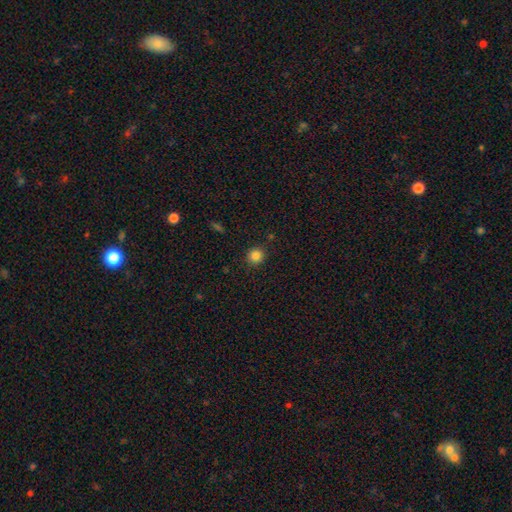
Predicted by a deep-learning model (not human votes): Smooth or featured?
  - smooth: 84% *
  - star or artifact: 12%
  - featured or disk: 4%
How rounded?
  - round: 93% *
  - in between: 6%
  - cigar-shaped: 1%
Merging?
  - none: 90% *
  - minor disturbance: 7%
  - major disturbance: 2%
  - merger: 1%